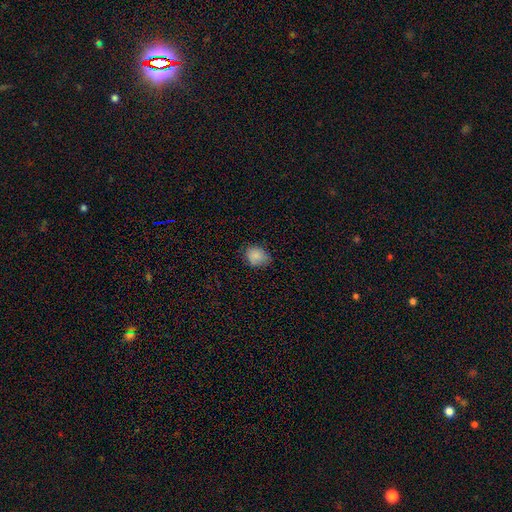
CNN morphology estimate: A smooth galaxy with no disk features (85%) that is round (52%). Merging: none (71%).